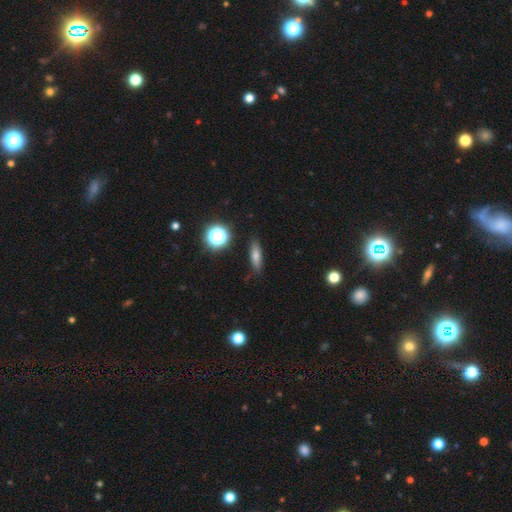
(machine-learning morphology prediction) smooth-or-featured: smooth: 67% | featured or disk: 19% | star or artifact: 14%
  how-rounded: cigar-shaped: 51% | in between: 42% | round: 8%
  merging: none: 85% | minor disturbance: 11% | major disturbance: 3% | merger: 2%